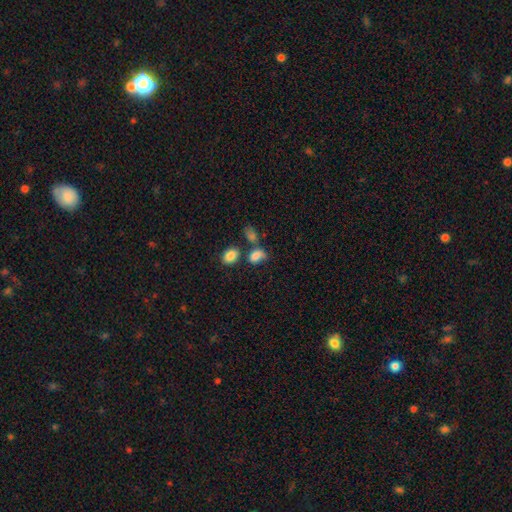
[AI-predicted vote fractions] smooth 81%, star or artifact 10%, featured or disk 9%. Down the decision tree: how rounded — in between (73%); merging — none (45%).